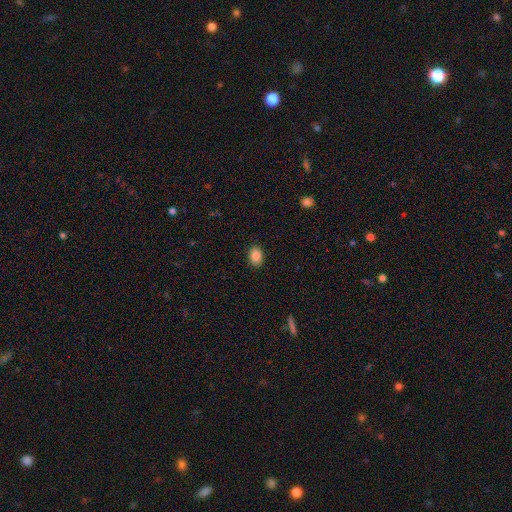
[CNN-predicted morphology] Smooth or featured: smooth — 87% (star or artifact — 9%)
How rounded: in between — 72% (round — 27%)
Merging: none — 89% (minor disturbance — 8%)